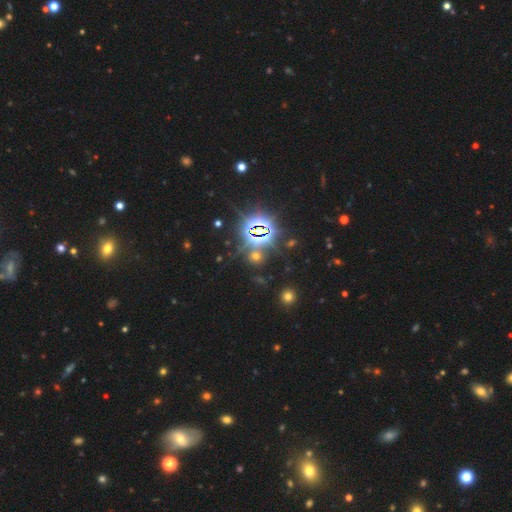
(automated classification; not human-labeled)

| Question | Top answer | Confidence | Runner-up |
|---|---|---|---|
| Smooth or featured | star or artifact | 64% | smooth (28%) |